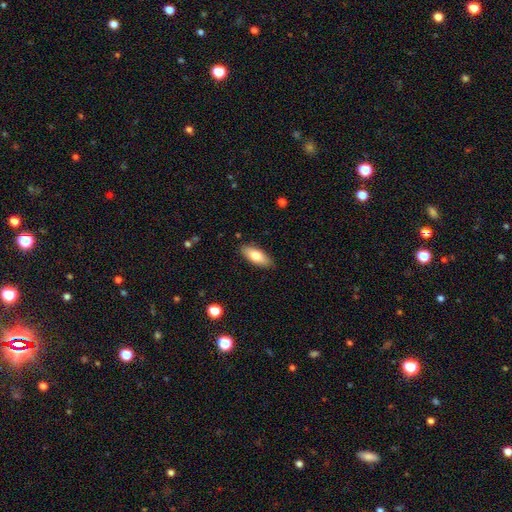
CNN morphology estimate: type=smooth (77%); roundness=in between (81%); merging=none (87%).